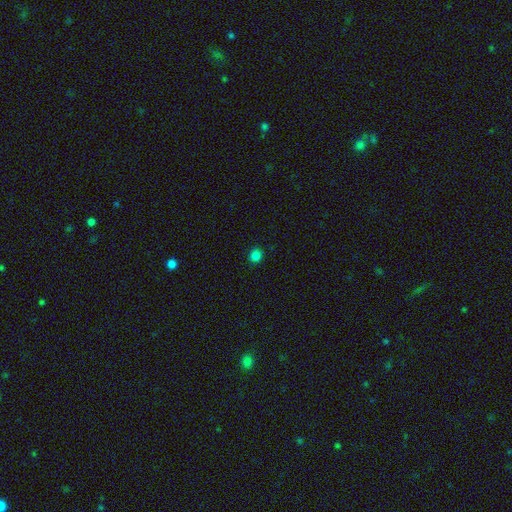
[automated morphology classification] Overall: smooth (82%). How rounded: round (83%). Merging: none (91%).